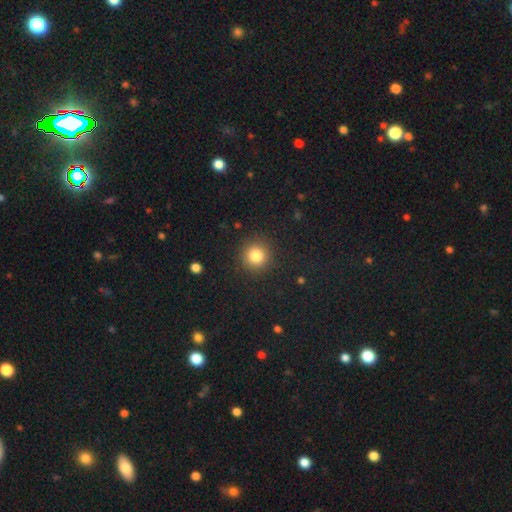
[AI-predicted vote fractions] Smooth or featured: smooth — 82% (star or artifact — 12%)
How rounded: round — 93% (in between — 6%)
Merging: none — 90% (minor disturbance — 6%)